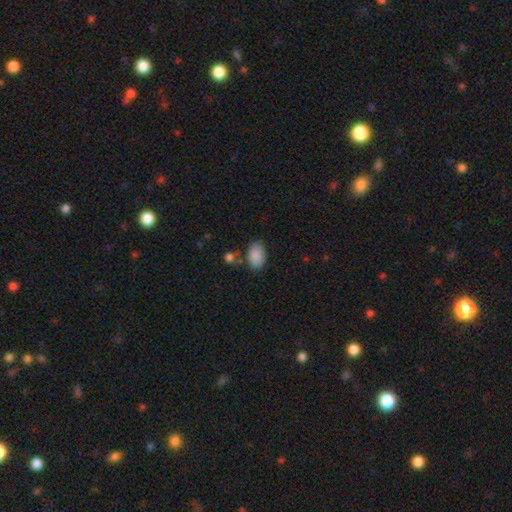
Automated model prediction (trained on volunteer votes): smooth_or_featured: smooth (p=0.88) [alt: star or artifact p=0.08]
how_rounded: in between (p=0.88) [alt: round p=0.11]
merging: none (p=0.70) [alt: minor disturbance p=0.18]